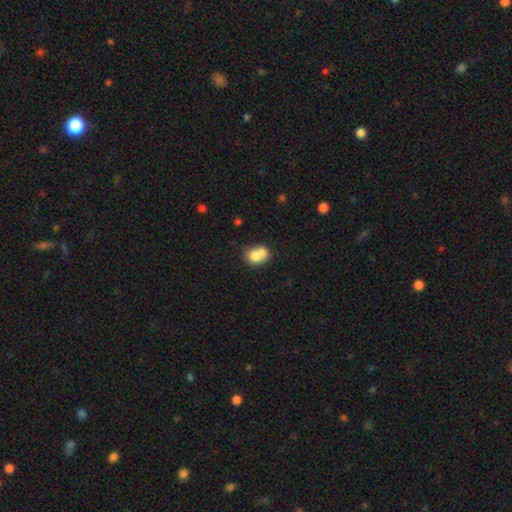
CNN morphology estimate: Overall: smooth (73%). How rounded: in between (54%; round 45%). Merging: merger (54%; none 28%).